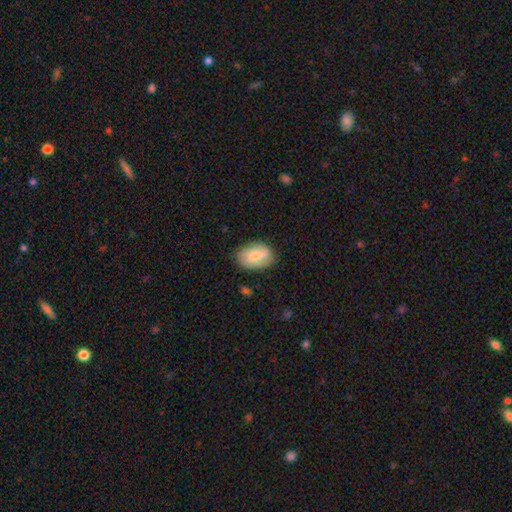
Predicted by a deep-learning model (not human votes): smooth 56%, featured or disk 38%, star or artifact 7%. Down the decision tree: how rounded — in between (84%); merging — none (75%).